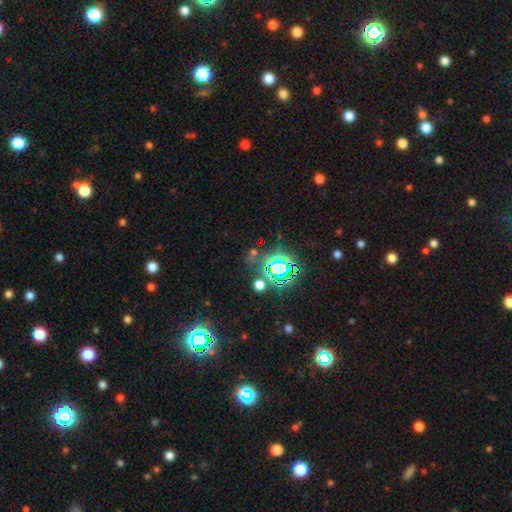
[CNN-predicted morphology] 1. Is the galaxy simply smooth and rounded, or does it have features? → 72% star or artifact, 19% smooth, 9% featured or disk.